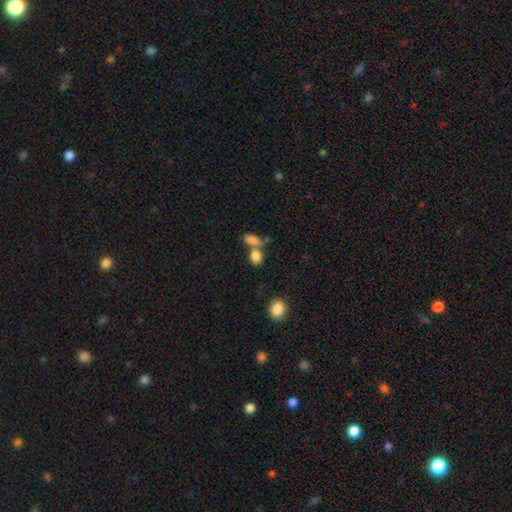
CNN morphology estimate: type=smooth (84%); roundness=in between (61%); merging=merger (44%).